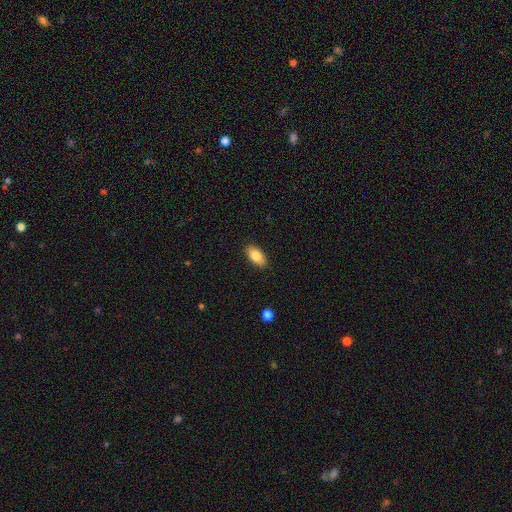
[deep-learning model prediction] Smooth or featured?
  - smooth: 82% *
  - featured or disk: 11%
  - star or artifact: 7%
How rounded?
  - in between: 91% *
  - cigar-shaped: 6%
  - round: 3%
Merging?
  - none: 89% *
  - minor disturbance: 8%
  - major disturbance: 2%
  - merger: 1%